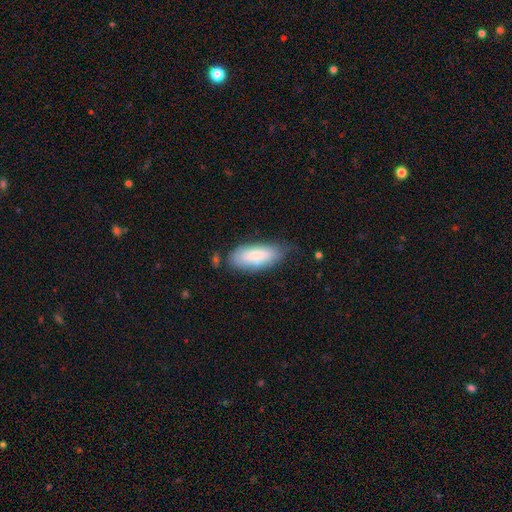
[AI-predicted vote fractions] Overall: smooth (79%). How rounded: in between (80%). Merging: none (62%; minor disturbance 27%).